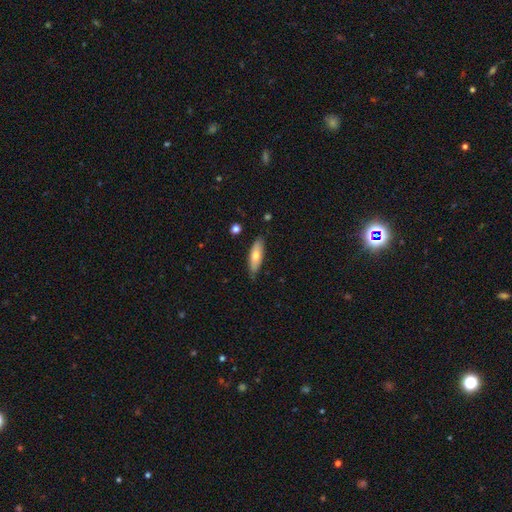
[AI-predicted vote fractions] Smooth or featured: smooth — 66% (featured or disk — 27%)
How rounded: cigar-shaped — 50% (in between — 48%)
Merging: none — 81% (minor disturbance — 15%)